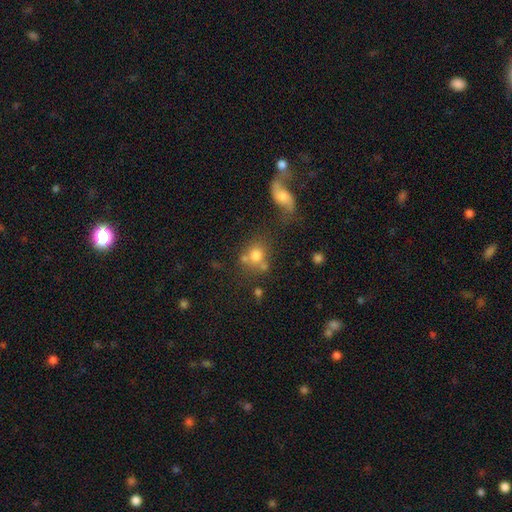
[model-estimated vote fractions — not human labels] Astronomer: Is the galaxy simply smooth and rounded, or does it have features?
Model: smooth — 73%.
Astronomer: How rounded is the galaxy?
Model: round — 71%.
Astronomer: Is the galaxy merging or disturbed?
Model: none — 50% (runner-up: merger, 26%).